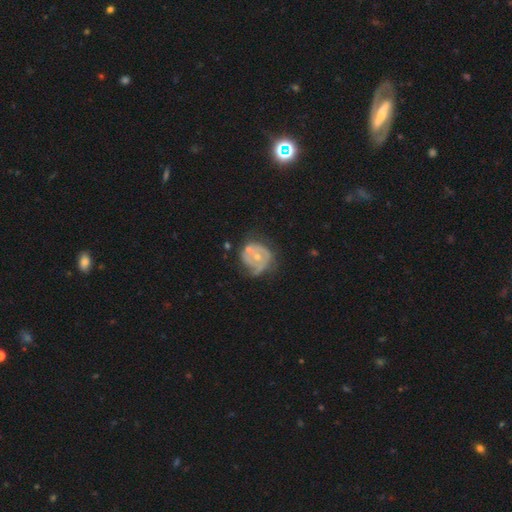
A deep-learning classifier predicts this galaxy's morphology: A featured or disk galaxy (73%) with no bar (75%), tight (57%) spiral arms (74%) and a small central bulge (53%).

Vote fractions:
- Smooth or featured? featured or disk: 73% / smooth: 20% / star or artifact: 7%
- Edge-on disk? no: 98% / yes: 2%
- Bar? no: 75% / weak: 20% / strong: 5%
- Spiral arms? yes: 74% / no: 26%
- Spiral winding? tight: 57% / medium: 30% / loose: 13%
- Spiral arm count? can't tell: 34% / 2: 31% / 3: 15% / 1: 14% / 4: 3% / more than 4: 3%
- Bulge size? small: 53% / moderate: 42% / none: 3% / large: 1% / dominant: 1%
- Merging? none: 48% / minor disturbance: 28% / major disturbance: 17% / merger: 7%